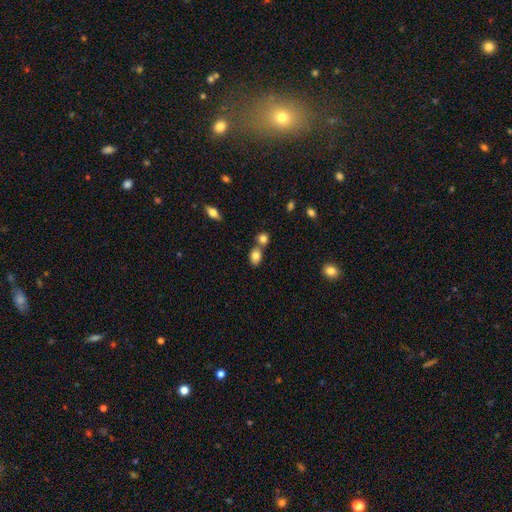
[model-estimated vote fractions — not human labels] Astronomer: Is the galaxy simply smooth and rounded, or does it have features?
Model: smooth — 81%.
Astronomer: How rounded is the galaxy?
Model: in between — 70%.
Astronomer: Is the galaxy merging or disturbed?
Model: none — 56% (runner-up: merger, 31%).